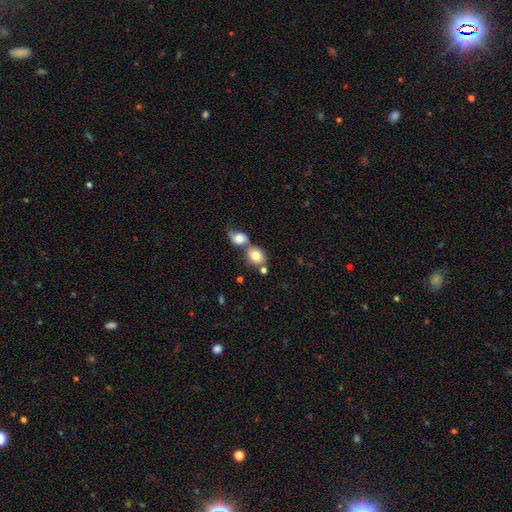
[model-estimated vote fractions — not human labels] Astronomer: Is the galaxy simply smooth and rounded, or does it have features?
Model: smooth — 80%.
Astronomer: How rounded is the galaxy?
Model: round — 62%.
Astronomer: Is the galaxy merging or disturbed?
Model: merger — 45% (runner-up: none, 41%).